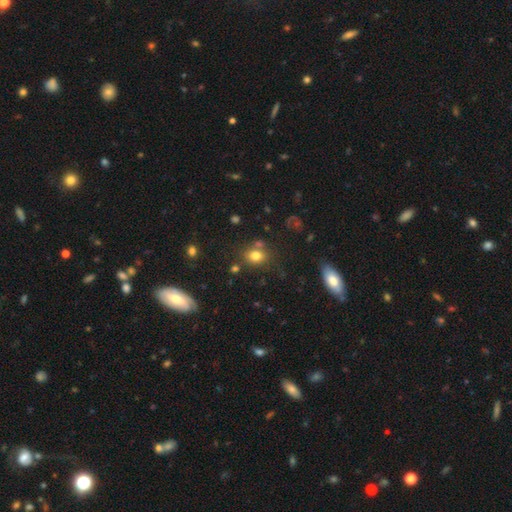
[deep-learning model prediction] smooth 76%, star or artifact 14%, featured or disk 9%. Down the decision tree: how rounded — in between (50%); merging — none (69%).